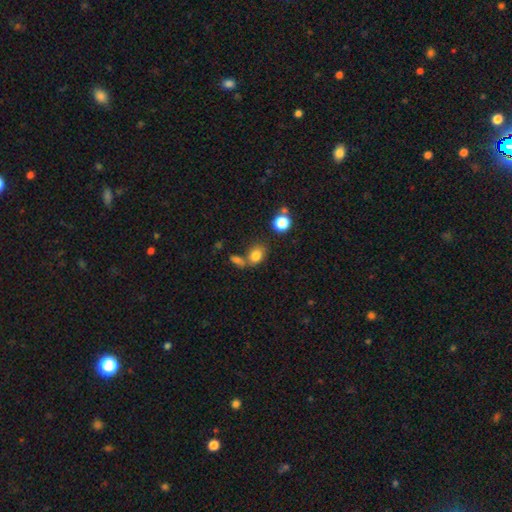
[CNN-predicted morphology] Smooth or featured: smooth — 80% (star or artifact — 12%)
How rounded: in between — 64% (round — 34%)
Merging: none — 58% (merger — 24%)